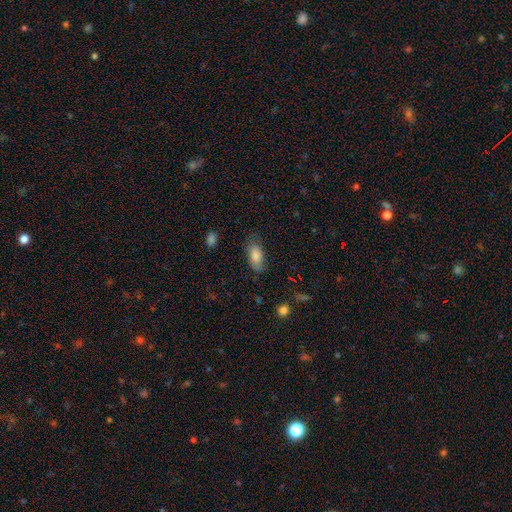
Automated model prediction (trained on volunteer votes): Smooth or featured: smooth — 83% (featured or disk — 10%)
How rounded: in between — 89% (cigar-shaped — 8%)
Merging: none — 74% (minor disturbance — 19%)